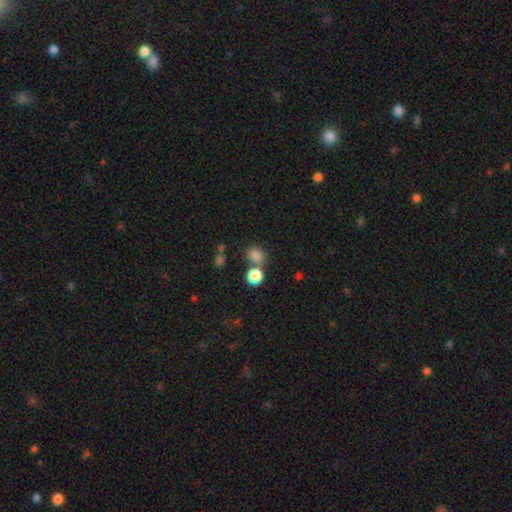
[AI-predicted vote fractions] A smooth galaxy with no disk features (81%) that is round (59%). Merging: none (61%).